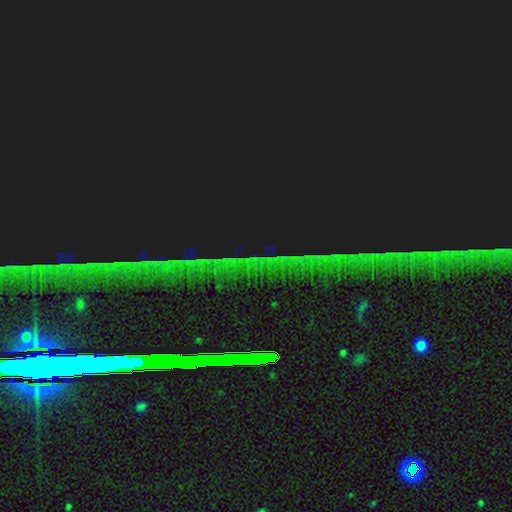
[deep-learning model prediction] The model was most divided on "smooth or featured": star or artifact: 86%, featured or disk: 8%, smooth: 7%.